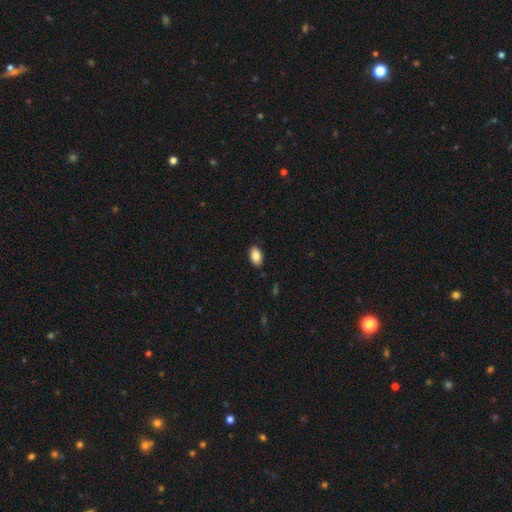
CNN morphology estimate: Overall: smooth (87%). How rounded: in between (92%). Merging: none (88%).